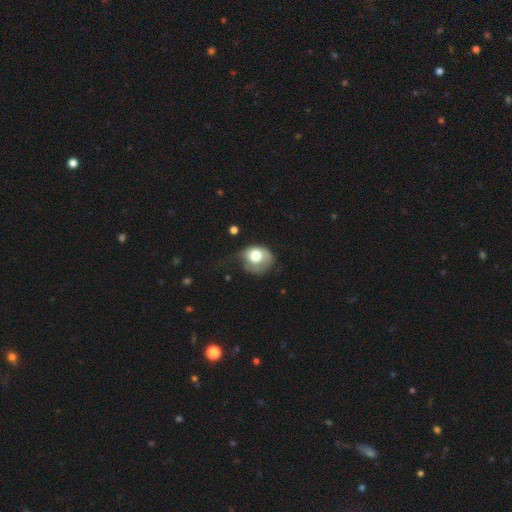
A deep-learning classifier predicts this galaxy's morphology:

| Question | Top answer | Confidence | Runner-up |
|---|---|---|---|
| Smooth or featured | smooth | 68% | featured or disk (24%) |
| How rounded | round | 64% | in between (36%) |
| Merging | minor disturbance | 35% | major disturbance (32%) |